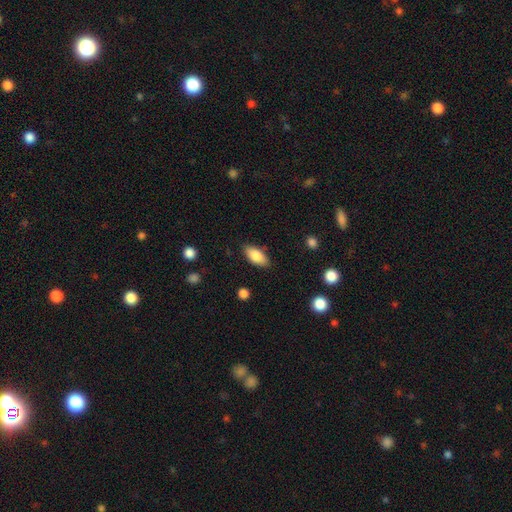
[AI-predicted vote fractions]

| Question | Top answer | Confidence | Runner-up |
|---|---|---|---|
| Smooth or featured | smooth | 83% | featured or disk (10%) |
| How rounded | in between | 89% | cigar-shaped (8%) |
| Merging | none | 85% | minor disturbance (11%) |